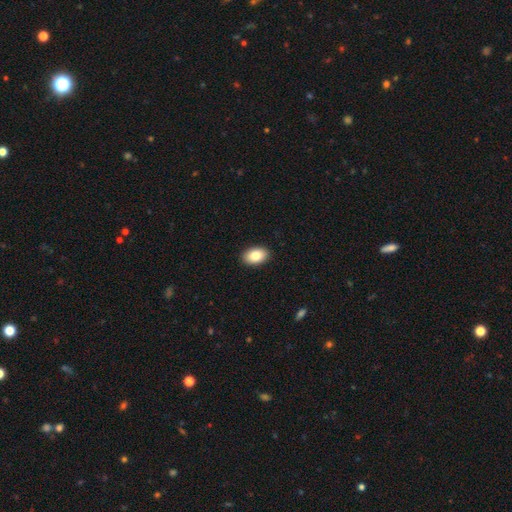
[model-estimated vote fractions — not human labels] A smooth galaxy with no disk features (85%) that is in between round and cigar-shaped (90%).

Vote fractions:
- Smooth or featured? smooth: 85% / featured or disk: 8% / star or artifact: 7%
- How rounded? in between: 90% / round: 9% / cigar-shaped: 1%
- Merging? none: 91% / minor disturbance: 6% / major disturbance: 2% / merger: 1%